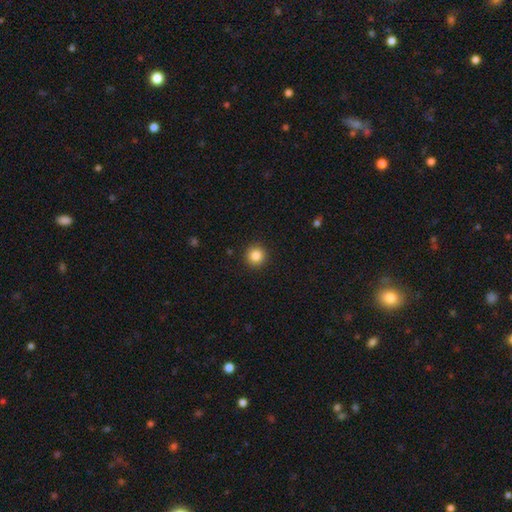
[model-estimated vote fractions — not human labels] smooth 85%, star or artifact 10%, featured or disk 5%. Down the decision tree: how rounded — round (96%); merging — none (93%).